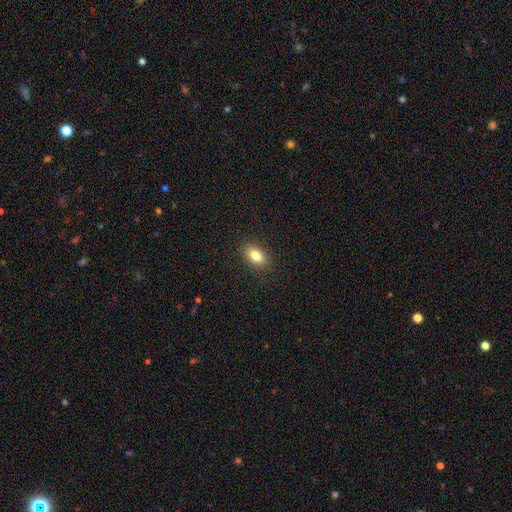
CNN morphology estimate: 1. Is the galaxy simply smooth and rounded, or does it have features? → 81% smooth, 10% featured or disk, 9% star or artifact.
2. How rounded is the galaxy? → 85% in between, 12% round, 3% cigar-shaped.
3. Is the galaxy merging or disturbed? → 89% none, 8% minor disturbance, 2% major disturbance, 1% merger.